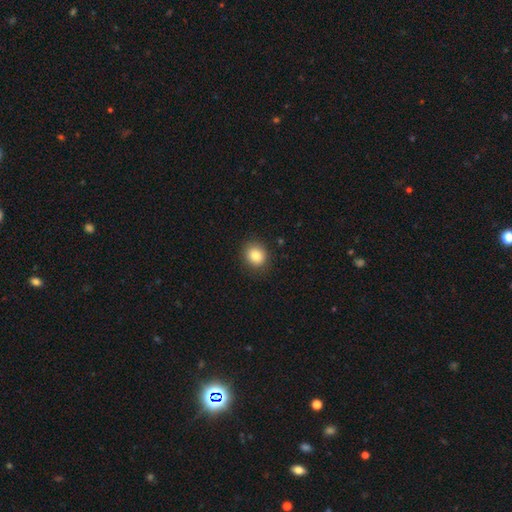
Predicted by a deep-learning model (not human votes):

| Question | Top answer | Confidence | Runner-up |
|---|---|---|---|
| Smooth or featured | smooth | 83% | star or artifact (10%) |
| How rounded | round | 75% | in between (24%) |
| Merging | none | 88% | minor disturbance (8%) |